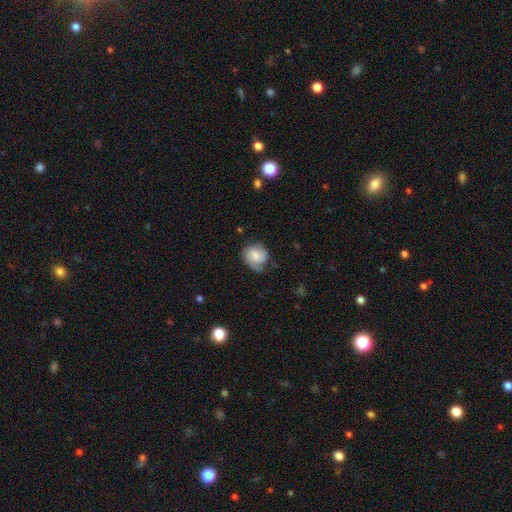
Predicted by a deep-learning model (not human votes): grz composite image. It shows a smooth galaxy with no disk features (62%) that is round (69%). Merging: none (56%).